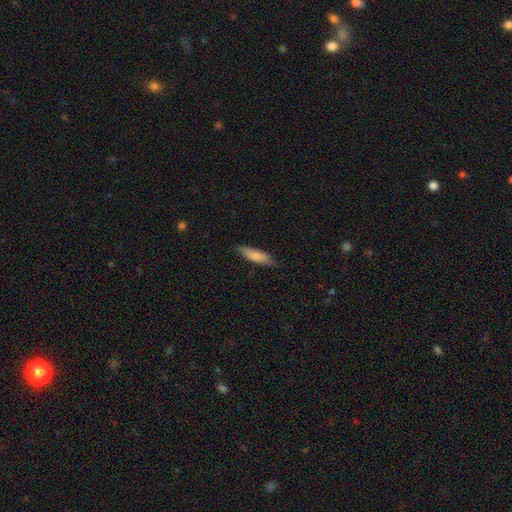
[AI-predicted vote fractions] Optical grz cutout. It shows a smooth galaxy with no disk features (80%) that is cigar-shaped (62%). Merging: none (77%).